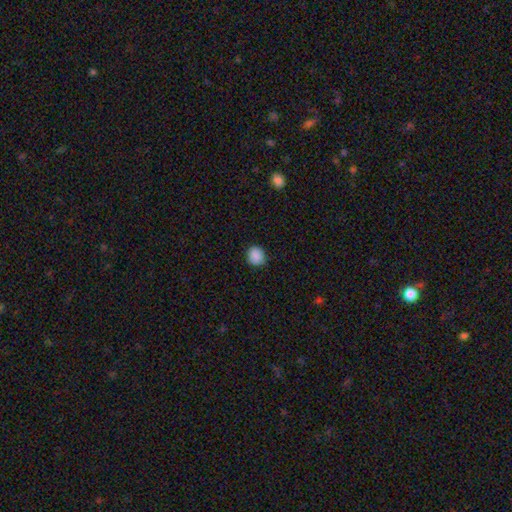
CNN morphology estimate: type=smooth (89%); roundness=round (83%); merging=none (85%).